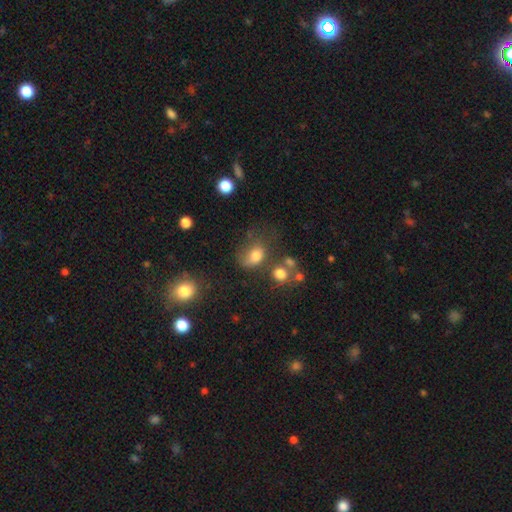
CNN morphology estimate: A smooth galaxy with no disk features (74%) that is in between round and cigar-shaped (61%). Merging: none (39%).